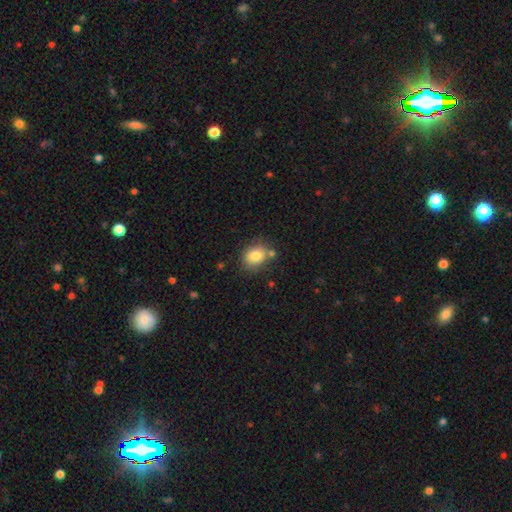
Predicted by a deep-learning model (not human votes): Overall: smooth (83%). How rounded: in between (53%; round 46%). Merging: none (69%).